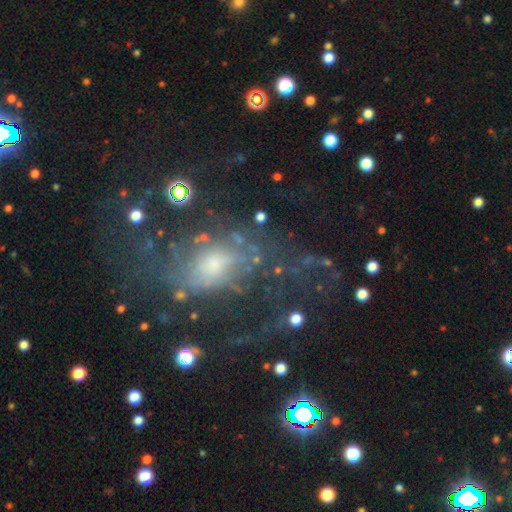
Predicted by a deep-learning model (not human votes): Q: Smooth or featured?
A: featured or disk (60%); runner-up: smooth (24%)
Q: Edge-on disk?
A: no (94%); runner-up: yes (6%)
Q: Bar?
A: no (70%); runner-up: weak (23%)
Q: Spiral arms?
A: yes (58%); runner-up: no (42%)
Q: Bulge size?
A: moderate (43%); runner-up: small (35%)
Q: Merging?
A: none (41%); runner-up: major disturbance (36%)